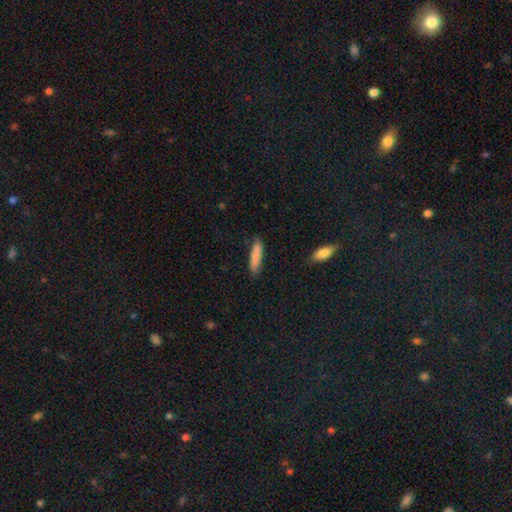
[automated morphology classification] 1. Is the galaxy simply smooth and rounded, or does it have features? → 81% smooth, 13% featured or disk, 6% star or artifact.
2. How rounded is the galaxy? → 76% cigar-shaped, 22% in between, 2% round.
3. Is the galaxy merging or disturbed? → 83% none, 13% minor disturbance, 2% major disturbance, 2% merger.